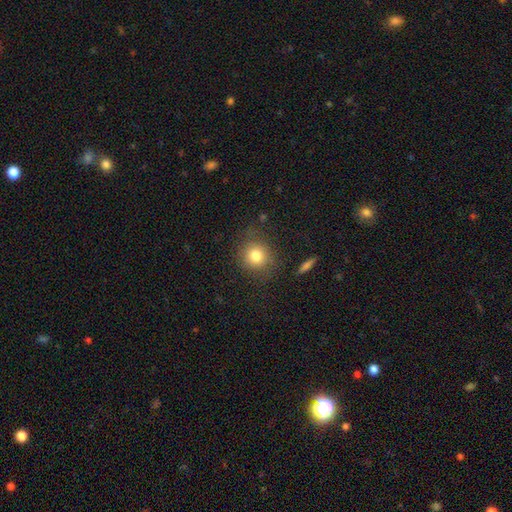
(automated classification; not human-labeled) A smooth galaxy with no disk features (80%) that is round (87%). Merging: none (80%).